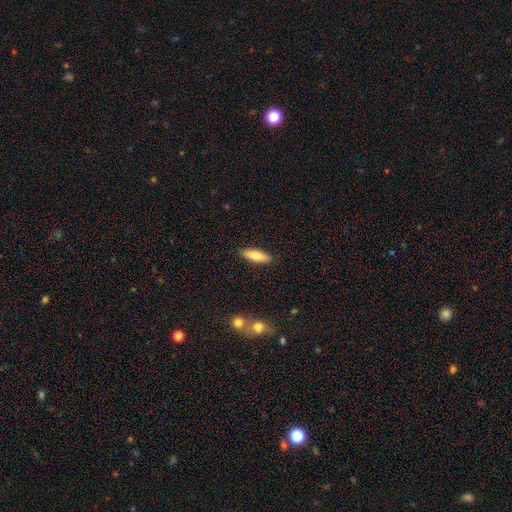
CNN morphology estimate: A smooth galaxy with no disk features (75%) that is in between round and cigar-shaped (56%). Merging: none (89%).